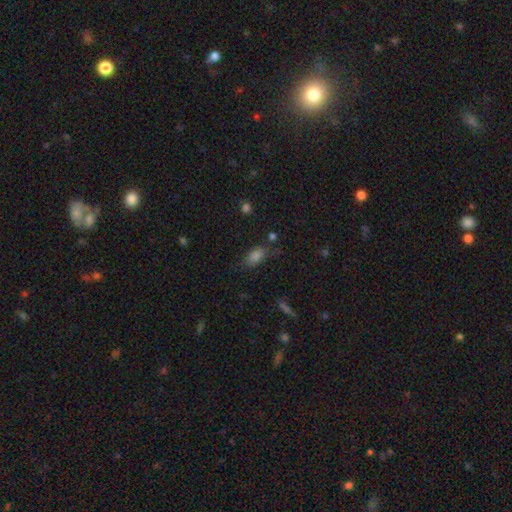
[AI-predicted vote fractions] Smooth or featured: smooth — 78% (star or artifact — 14%)
How rounded: in between — 85% (cigar-shaped — 9%)
Merging: none — 69% (minor disturbance — 20%)